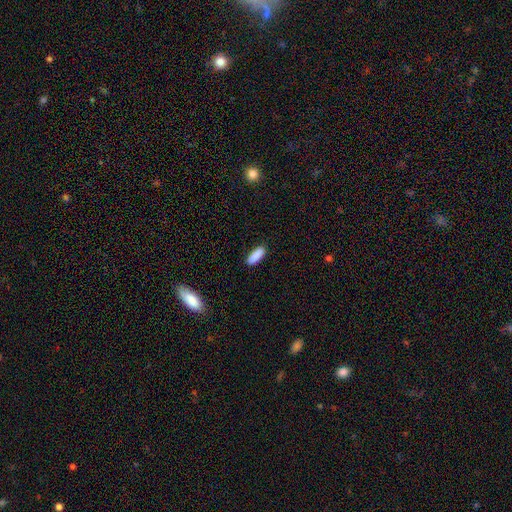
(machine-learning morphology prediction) smooth 89%, star or artifact 6%, featured or disk 4%. Down the decision tree: how rounded — in between (52%); merging — none (88%).